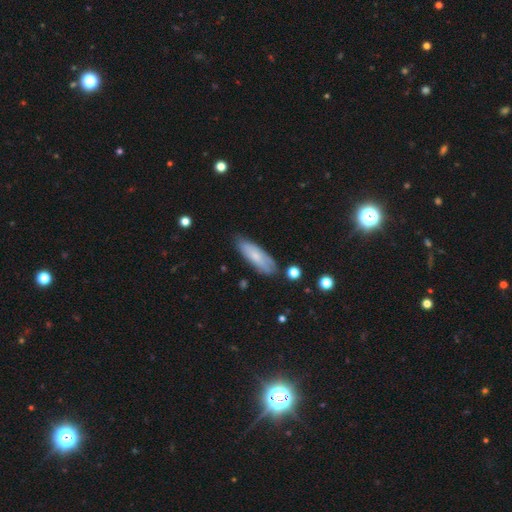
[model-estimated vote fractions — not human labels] A smooth galaxy with no disk features (67%) that is in between round and cigar-shaped (52%). Merging: none (74%).